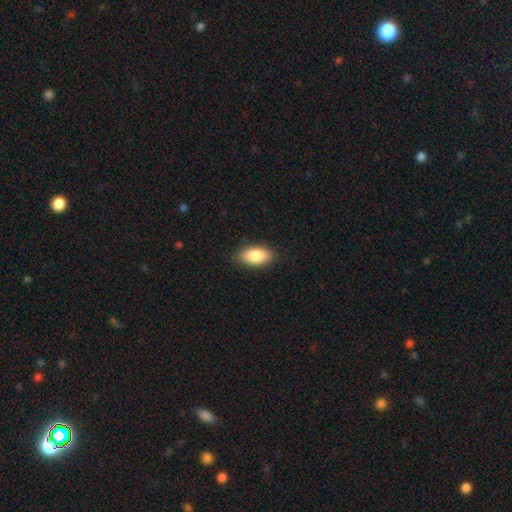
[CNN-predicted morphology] Smooth or featured?
  - smooth: 85% *
  - featured or disk: 9%
  - star or artifact: 7%
How rounded?
  - in between: 91% *
  - cigar-shaped: 5%
  - round: 3%
Merging?
  - none: 87% *
  - minor disturbance: 10%
  - major disturbance: 2%
  - merger: 1%